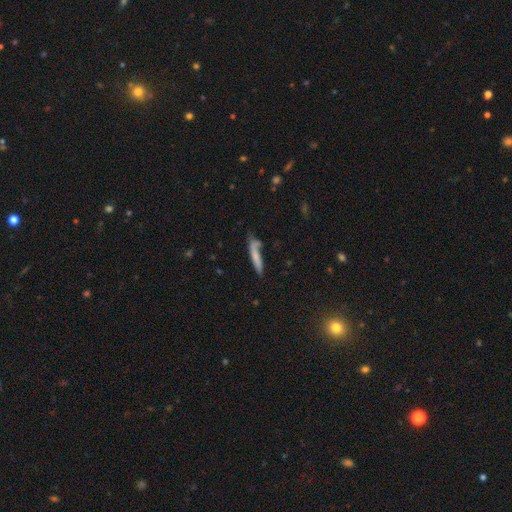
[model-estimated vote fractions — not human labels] Overall: smooth (67%). How rounded: cigar-shaped (90%). Merging: none (60%; minor disturbance 23%).